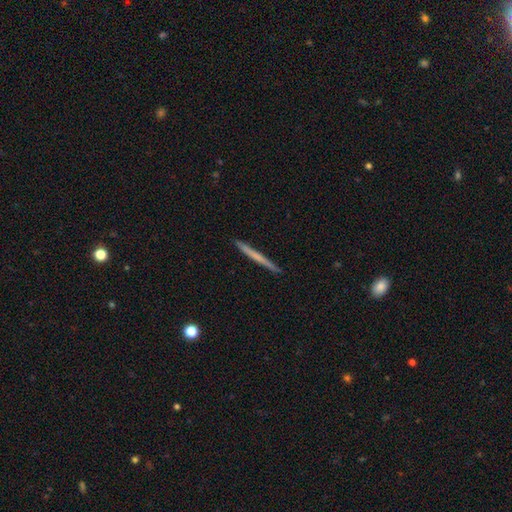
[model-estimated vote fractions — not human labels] Overall: smooth (52%; featured or disk 43%). How rounded: cigar-shaped (97%). Merging: none (92%).